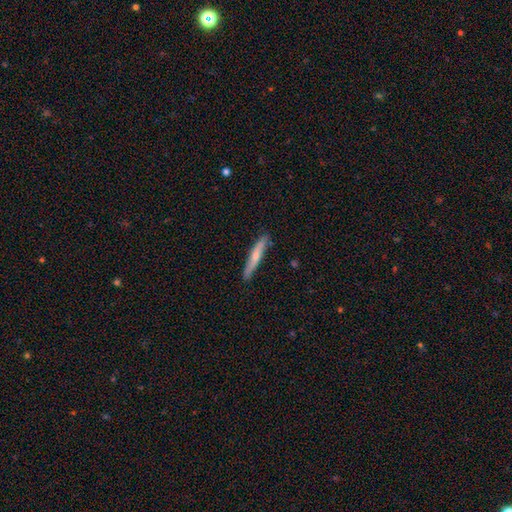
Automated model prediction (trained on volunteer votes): A smooth galaxy with no disk features (53%) that is cigar-shaped (94%). Merging: none (85%).